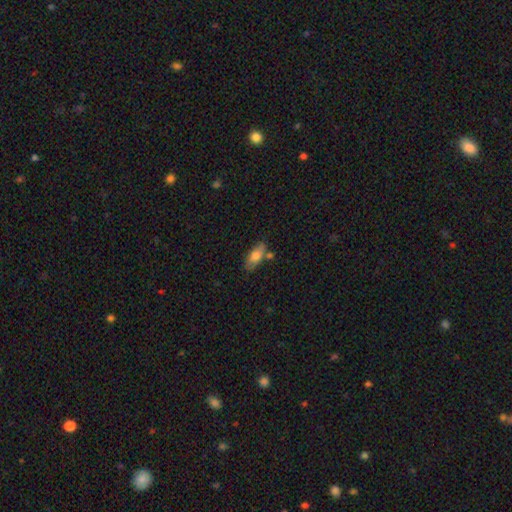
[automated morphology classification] Smooth or featured?
  - smooth: 74% *
  - featured or disk: 20%
  - star or artifact: 7%
How rounded?
  - in between: 81% *
  - cigar-shaped: 16%
  - round: 3%
Merging?
  - none: 69% *
  - minor disturbance: 17%
  - merger: 11%
  - major disturbance: 3%